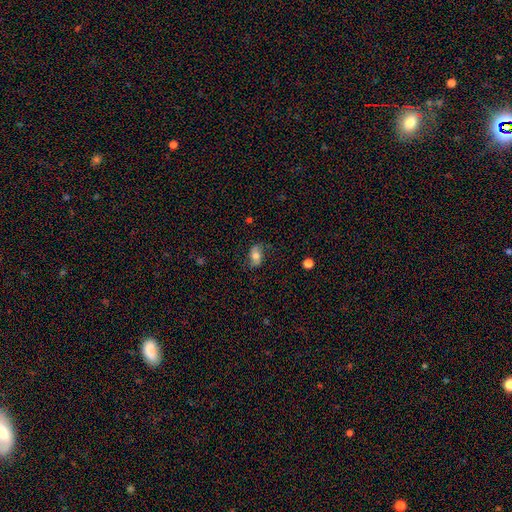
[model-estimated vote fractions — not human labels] smooth 59%, featured or disk 33%, star or artifact 8%. Down the decision tree: how rounded — in between (85%); merging — none (72%).